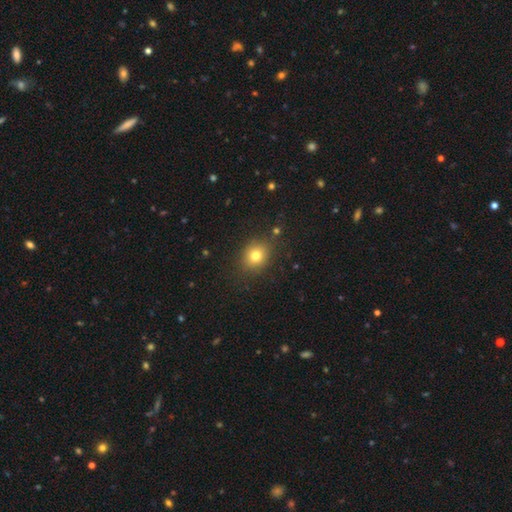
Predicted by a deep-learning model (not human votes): The model was most divided on "how rounded": round: 67%, in between: 32%, cigar-shaped: 1%. More confident: merging — none (84%); smooth or featured — smooth (78%).